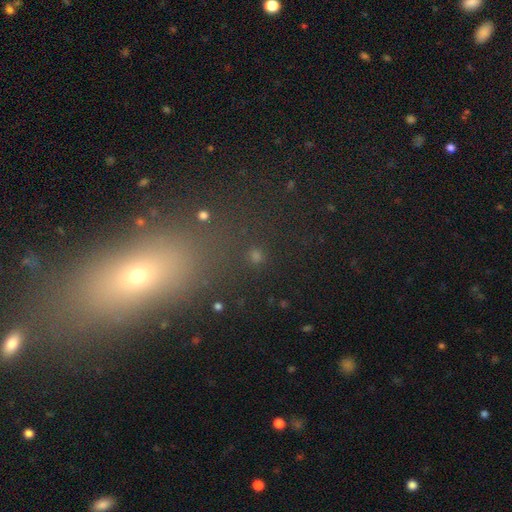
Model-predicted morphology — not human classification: The model was most divided on "smooth or featured": smooth: 57%, star or artifact: 35%, featured or disk: 8%. More confident: how rounded — round (81%); merging — none (80%).